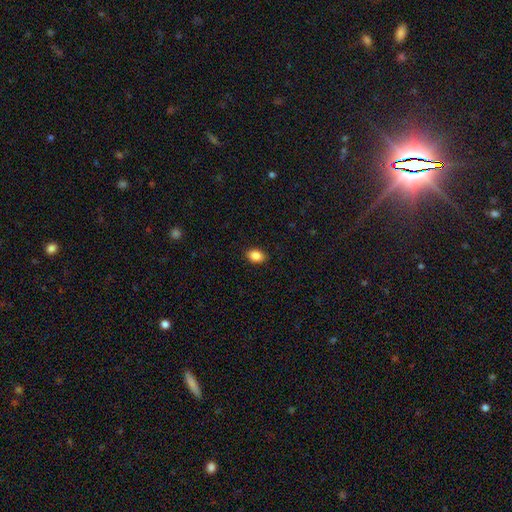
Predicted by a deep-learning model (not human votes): This is clearly a smooth galaxy (88%). How rounded: likely in between (79%). Merging: clearly none (90%).